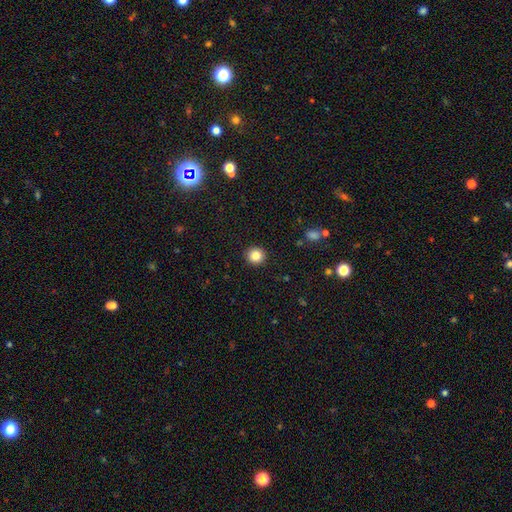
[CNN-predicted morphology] smooth 83%, star or artifact 11%, featured or disk 6%. Down the decision tree: how rounded — round (93%); merging — none (93%).